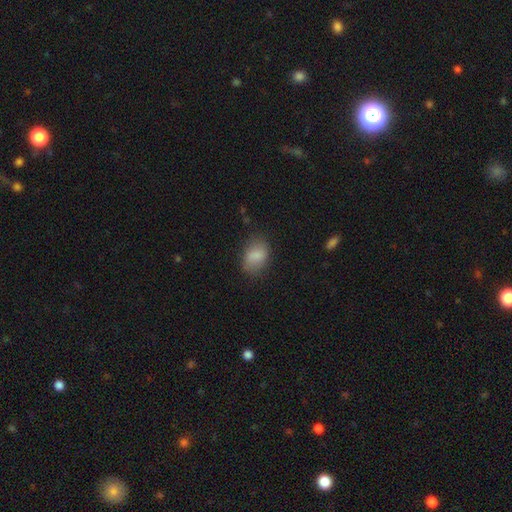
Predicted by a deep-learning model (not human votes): smooth 81%, featured or disk 11%, star or artifact 8%. Down the decision tree: how rounded — in between (81%); merging — none (71%).